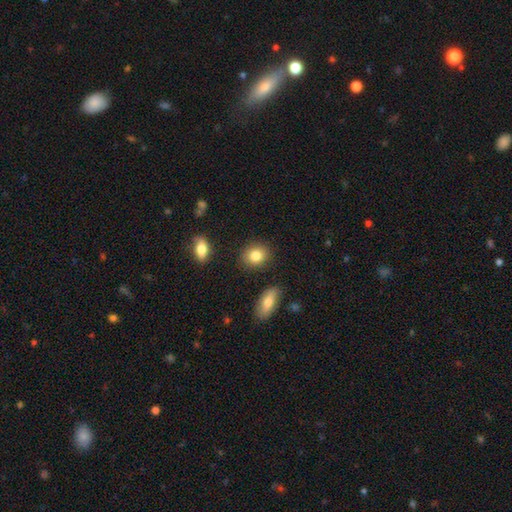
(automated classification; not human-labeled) smooth_or_featured: smooth (p=0.83) [alt: star or artifact p=0.09]
how_rounded: round (p=0.63) [alt: in between p=0.35]
merging: none (p=0.85) [alt: minor disturbance p=0.09]